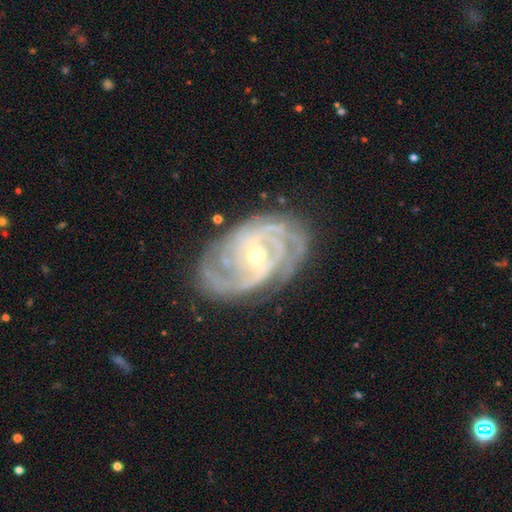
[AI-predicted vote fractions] Morphology: type=featured or disk (91%); edge-on=no (97%); bar=no (46%); spiral arms=yes (98%); winding=tight (65%); arm count=3 (29%); bulge=small (57%); merging=none (77%).